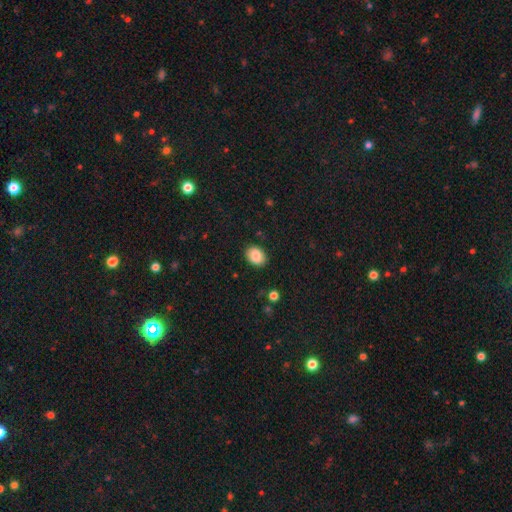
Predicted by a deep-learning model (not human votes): This is clearly a smooth galaxy (86%). How rounded: likely in between (70%). Merging: clearly none (89%).